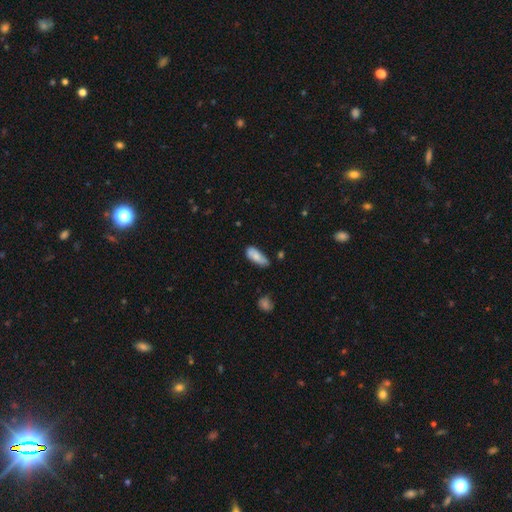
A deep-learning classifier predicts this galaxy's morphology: The model was most divided on "merging": none: 58%, minor disturbance: 33%, major disturbance: 6%, merger: 4%. More confident: how rounded — in between (80%); smooth or featured — smooth (78%).